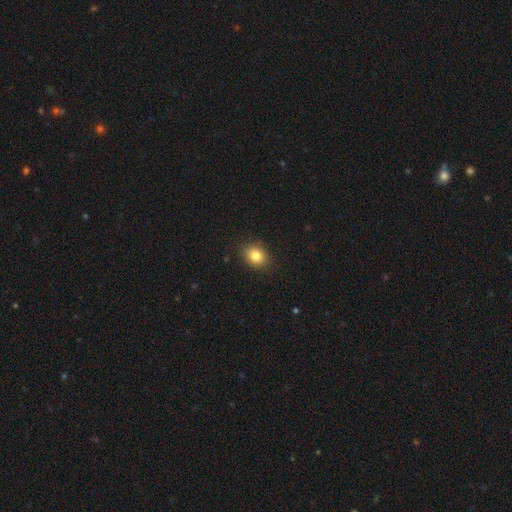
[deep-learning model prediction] smooth 83%, star or artifact 10%, featured or disk 7%. Down the decision tree: how rounded — round (51%); merging — none (88%).